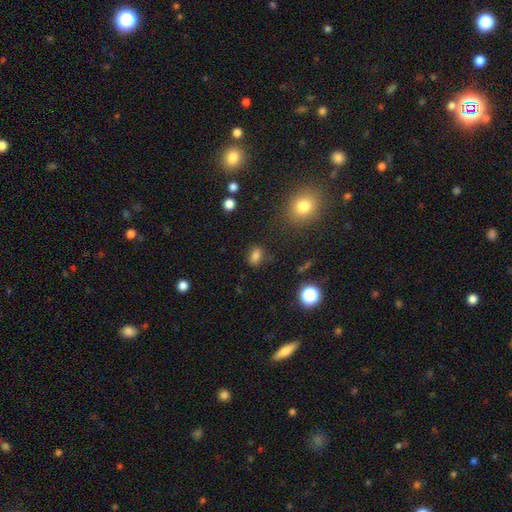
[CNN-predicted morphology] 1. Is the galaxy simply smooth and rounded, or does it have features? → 79% smooth, 15% star or artifact, 6% featured or disk.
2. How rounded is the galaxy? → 71% in between, 27% round, 2% cigar-shaped.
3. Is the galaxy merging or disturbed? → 80% none, 13% minor disturbance, 4% major disturbance, 3% merger.